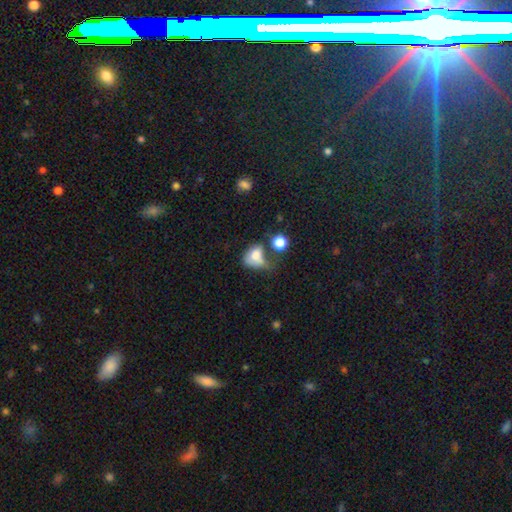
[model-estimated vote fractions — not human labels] smooth 71%, featured or disk 18%, star or artifact 11%. Down the decision tree: how rounded — in between (65%); merging — merger (31%).